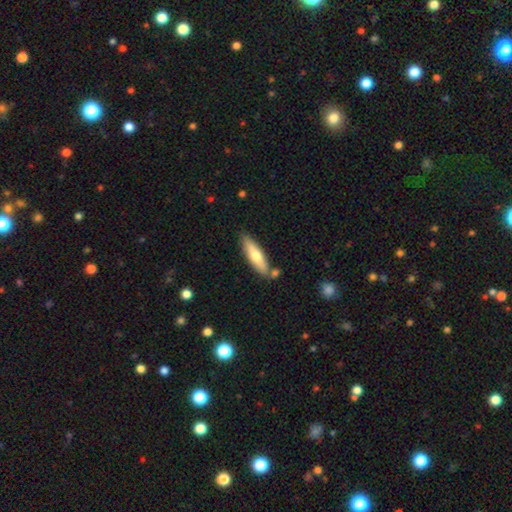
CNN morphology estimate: This is likely a smooth galaxy (60%). How rounded: likely cigar-shaped (70%). Merging: likely none (77%).